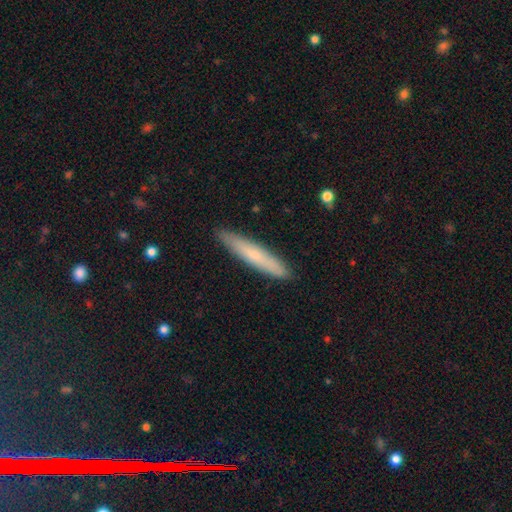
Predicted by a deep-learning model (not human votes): A smooth galaxy with no disk features (61%) that is cigar-shaped (93%). Merging: none (89%).